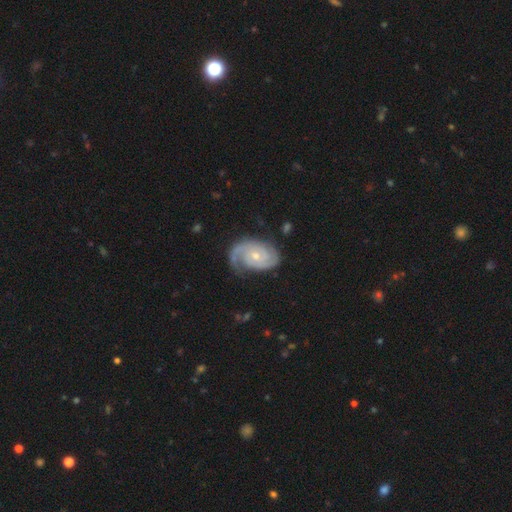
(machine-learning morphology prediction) type=featured or disk (87%); edge-on=no (97%); bar=no (73%); spiral arms=yes (97%); winding=tight (57%); arm count=2 (67%); bulge=small (57%); merging=none (68%).